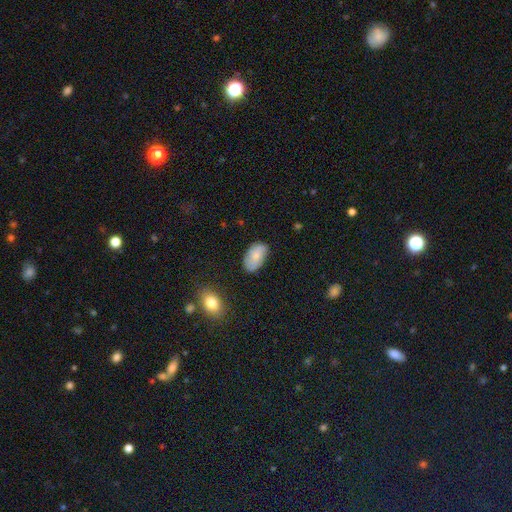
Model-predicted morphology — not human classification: A smooth galaxy with no disk features (75%) that is in between round and cigar-shaped (93%).

Vote fractions:
- Smooth or featured? smooth: 75% / featured or disk: 17% / star or artifact: 7%
- How rounded? in between: 93% / round: 5% / cigar-shaped: 2%
- Merging? none: 74% / minor disturbance: 21% / major disturbance: 4% / merger: 2%